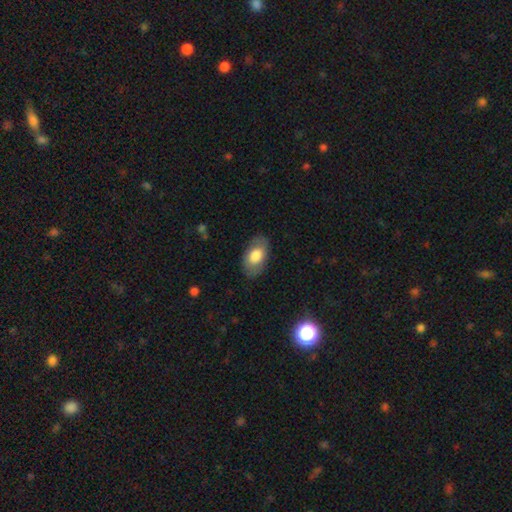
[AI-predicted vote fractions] Q: Smooth or featured?
A: smooth (73%); runner-up: featured or disk (21%)
Q: How rounded?
A: in between (93%); runner-up: round (5%)
Q: Merging?
A: none (81%); runner-up: minor disturbance (14%)